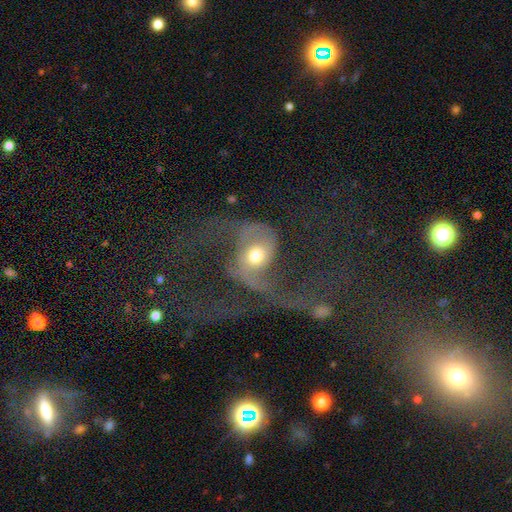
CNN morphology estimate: This appears to be a featured or disk galaxy (70%) with no bar (68%), 2 (81%) loose (67%) spiral arms (77%) and a moderate central bulge (68%). Merging: major disturbance (52%).